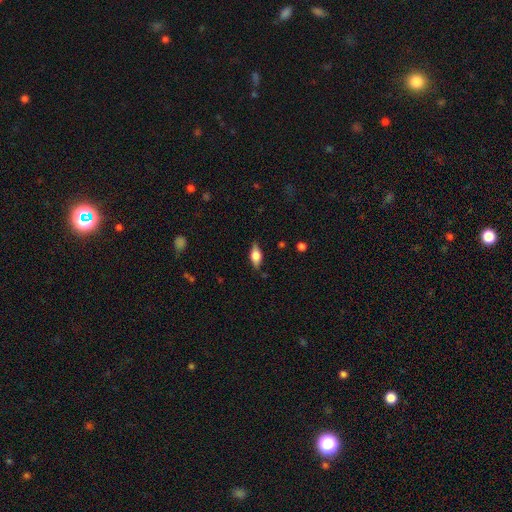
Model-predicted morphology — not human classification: Q: Smooth or featured?
A: smooth (61%); runner-up: featured or disk (32%)
Q: How rounded?
A: in between (80%); runner-up: cigar-shaped (15%)
Q: Merging?
A: none (82%); runner-up: minor disturbance (14%)